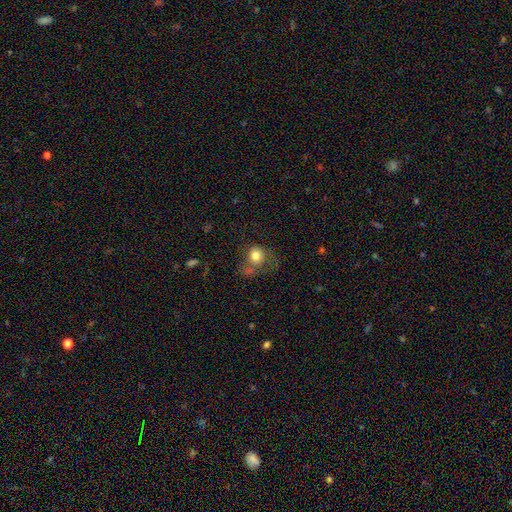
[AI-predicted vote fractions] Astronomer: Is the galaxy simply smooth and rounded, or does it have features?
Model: smooth — 74%.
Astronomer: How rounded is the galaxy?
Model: round — 75%.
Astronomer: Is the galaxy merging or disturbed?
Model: none — 36% (runner-up: major disturbance, 33%).